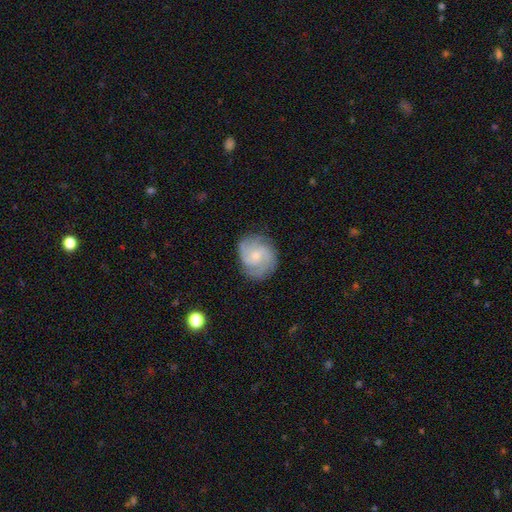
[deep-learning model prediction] Q: Smooth or featured?
A: featured or disk (78%); runner-up: smooth (16%)
Q: Edge-on disk?
A: no (98%); runner-up: yes (2%)
Q: Bar?
A: no (67%); runner-up: weak (30%)
Q: Spiral arms?
A: yes (96%); runner-up: no (4%)
Q: Spiral winding?
A: tight (50%); runner-up: medium (40%)
Q: Spiral arm count?
A: 3 (37%); runner-up: 2 (24%)
Q: Bulge size?
A: small (66%); runner-up: moderate (29%)
Q: Merging?
A: none (79%); runner-up: minor disturbance (15%)